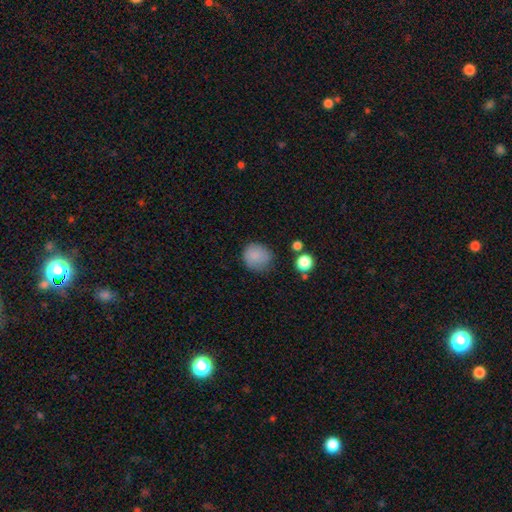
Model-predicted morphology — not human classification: Q: Smooth or featured?
A: smooth (84%); runner-up: star or artifact (9%)
Q: How rounded?
A: round (86%); runner-up: in between (13%)
Q: Merging?
A: none (72%); runner-up: minor disturbance (20%)